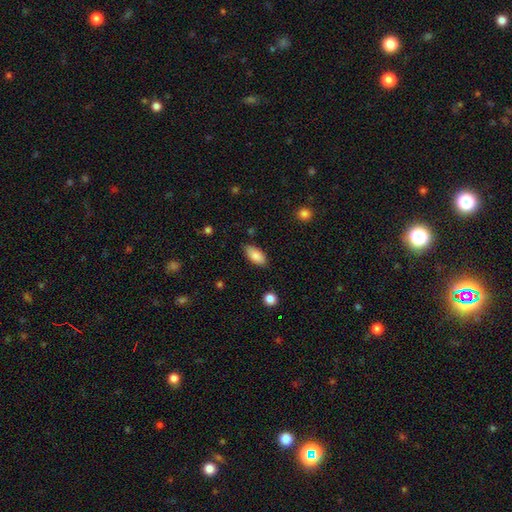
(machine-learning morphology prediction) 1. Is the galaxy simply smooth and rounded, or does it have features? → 86% smooth, 7% featured or disk, 7% star or artifact.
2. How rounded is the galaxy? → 91% in between, 7% cigar-shaped, 2% round.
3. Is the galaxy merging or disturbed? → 83% none, 13% minor disturbance, 3% major disturbance, 2% merger.